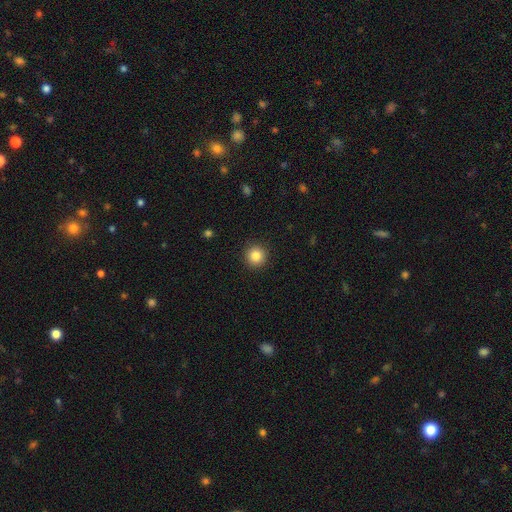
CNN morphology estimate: smooth 85%, star or artifact 10%, featured or disk 5%. Down the decision tree: how rounded — round (95%); merging — none (92%).